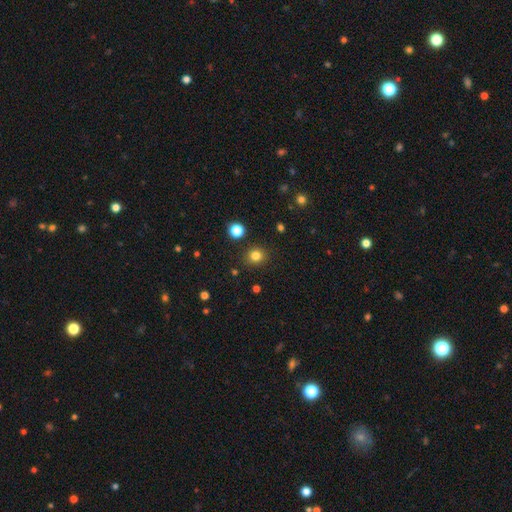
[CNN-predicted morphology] smooth 81%, star or artifact 14%, featured or disk 5%. Down the decision tree: how rounded — round (86%); merging — none (89%).